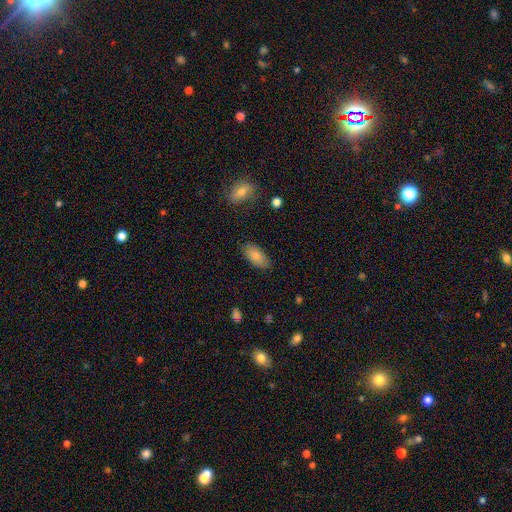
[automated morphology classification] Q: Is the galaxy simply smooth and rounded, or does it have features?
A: smooth — 84%.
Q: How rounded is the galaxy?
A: in between — 91%.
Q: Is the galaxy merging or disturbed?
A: none — 83%.